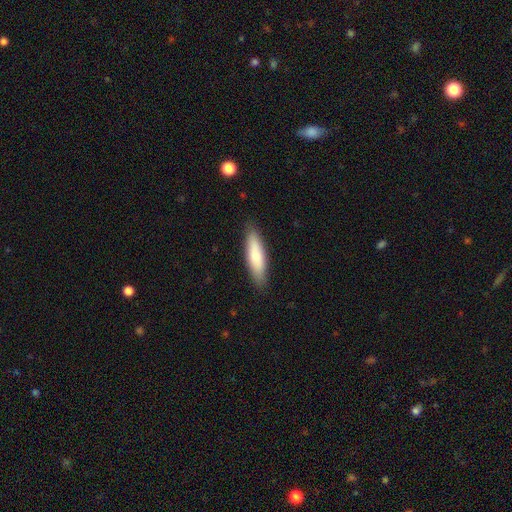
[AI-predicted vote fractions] Overall: smooth (74%). How rounded: cigar-shaped (67%; in between 31%). Merging: none (88%).